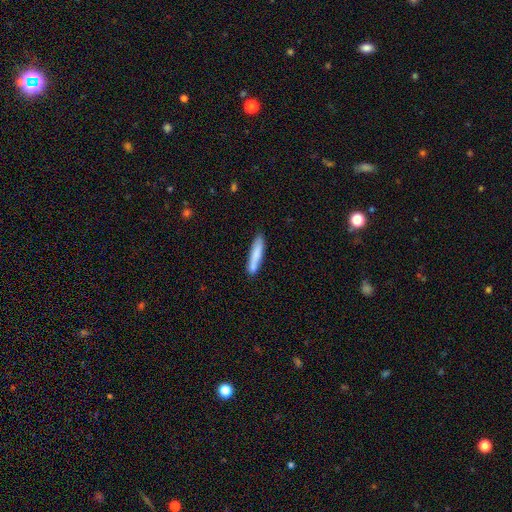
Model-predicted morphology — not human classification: smooth 79%, featured or disk 15%, star or artifact 6%. Down the decision tree: how rounded — cigar-shaped (90%); merging — none (78%).